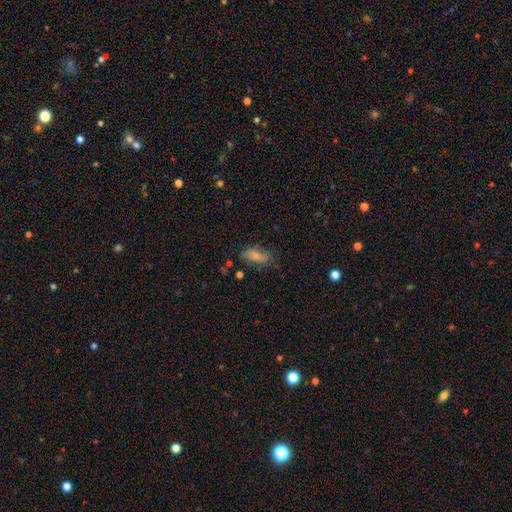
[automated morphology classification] smooth 70%, featured or disk 22%, star or artifact 8%. Down the decision tree: how rounded — in between (84%); merging — none (63%).